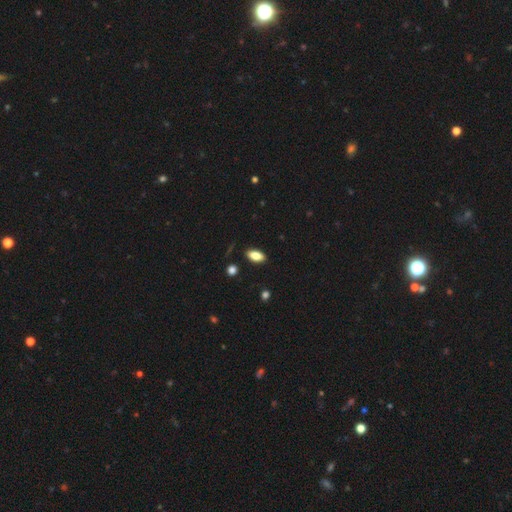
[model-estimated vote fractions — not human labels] Smooth or featured?
  - smooth: 84% *
  - featured or disk: 8%
  - star or artifact: 8%
How rounded?
  - in between: 90% *
  - cigar-shaped: 7%
  - round: 3%
Merging?
  - none: 86% *
  - minor disturbance: 10%
  - major disturbance: 2%
  - merger: 1%